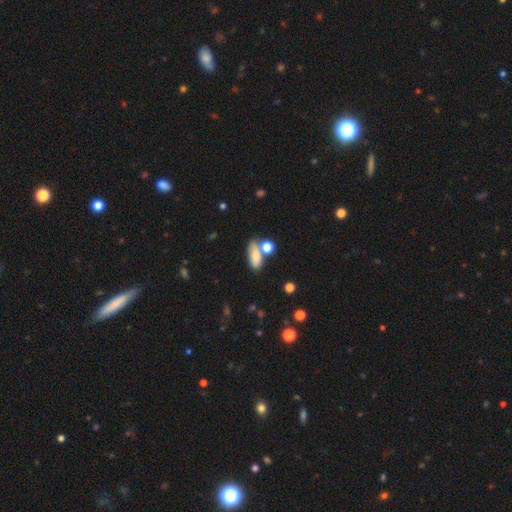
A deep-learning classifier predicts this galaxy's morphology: A smooth galaxy with no disk features (78%) that is in between round and cigar-shaped (76%). Merging: none (49%).